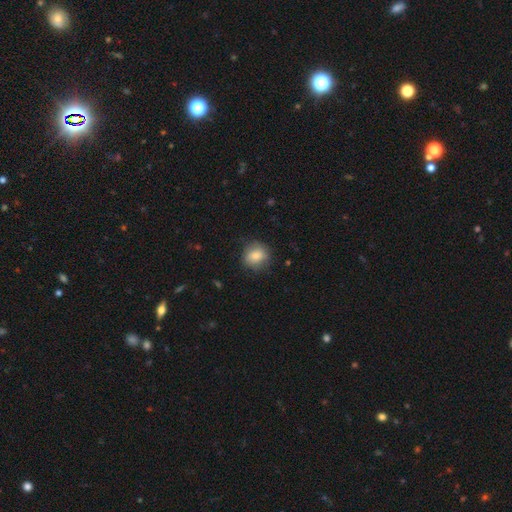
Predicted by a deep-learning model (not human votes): smooth-or-featured: smooth: 77% | featured or disk: 15% | star or artifact: 9%
  how-rounded: round: 78% | in between: 21% | cigar-shaped: 1%
  merging: none: 76% | minor disturbance: 17% | major disturbance: 5% | merger: 1%